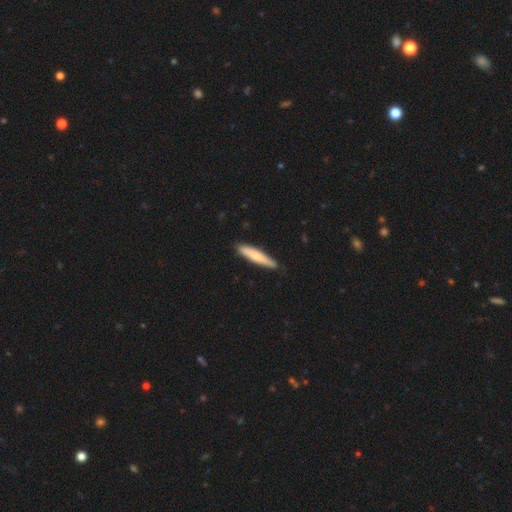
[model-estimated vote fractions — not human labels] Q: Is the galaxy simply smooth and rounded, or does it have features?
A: smooth — 72%.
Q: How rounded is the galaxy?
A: cigar-shaped — 87%.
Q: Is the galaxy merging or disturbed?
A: none — 84%.